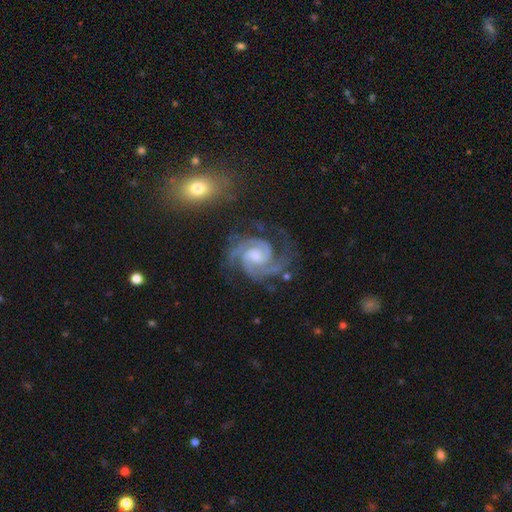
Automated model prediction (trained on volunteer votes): Smooth or featured? Predicted: featured or disk (p=0.93). Edge-on disk? Predicted: no (p=0.98). Bar? Predicted: no (p=0.50). Spiral arms? Predicted: yes (p=0.99). Spiral winding? Predicted: tight (p=0.52). Spiral arm count? Predicted: 3 (p=0.44). Bulge size? Predicted: moderate (p=0.46). Merging? Predicted: none (p=0.68).